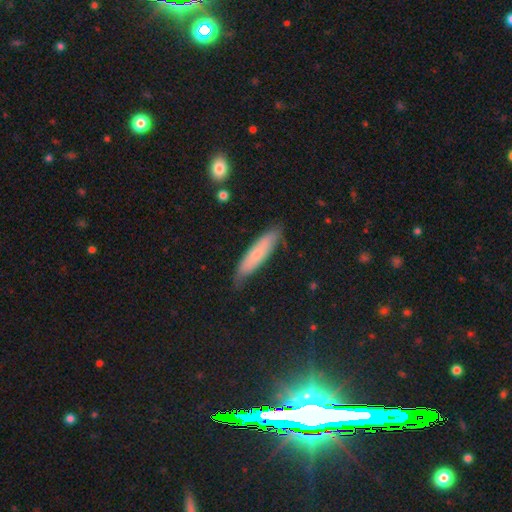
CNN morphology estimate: Overall: smooth (68%). How rounded: cigar-shaped (75%). Merging: none (73%).